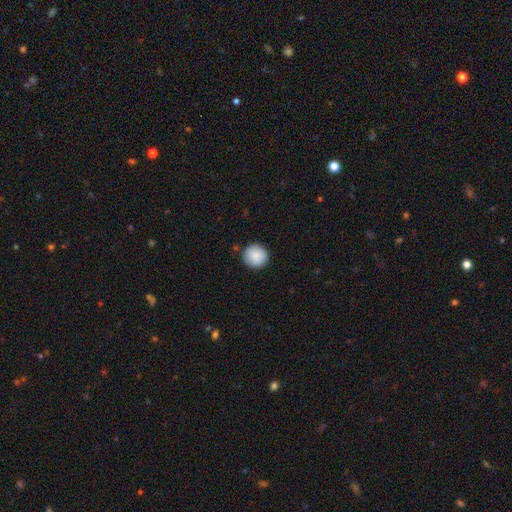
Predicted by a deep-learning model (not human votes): Morphology: type=smooth (89%); roundness=round (93%); merging=none (90%).